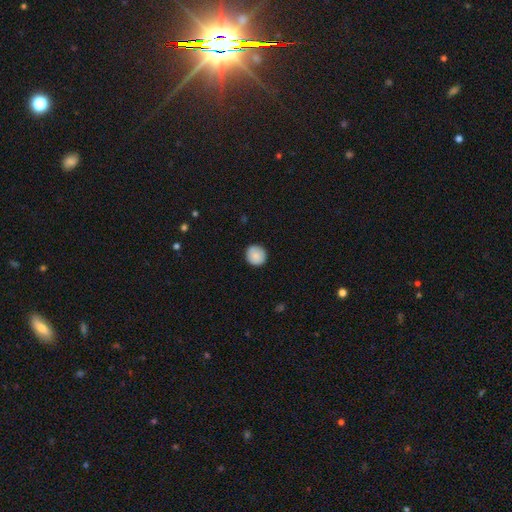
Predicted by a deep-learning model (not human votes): Overall: smooth (87%). How rounded: round (94%). Merging: none (90%).